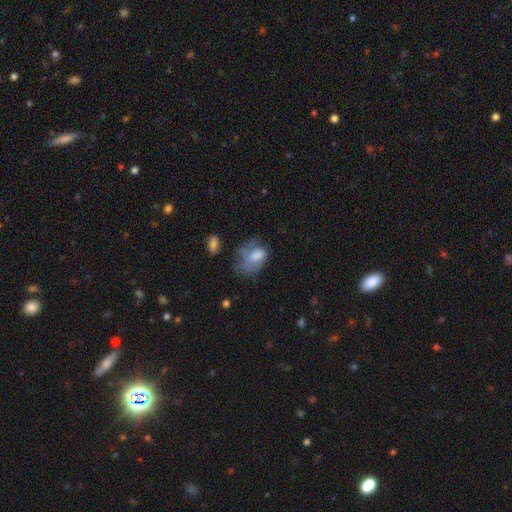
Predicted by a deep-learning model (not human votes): smooth 55%, featured or disk 33%, star or artifact 12%. Down the decision tree: how rounded — in between (81%); merging — major disturbance (35%).